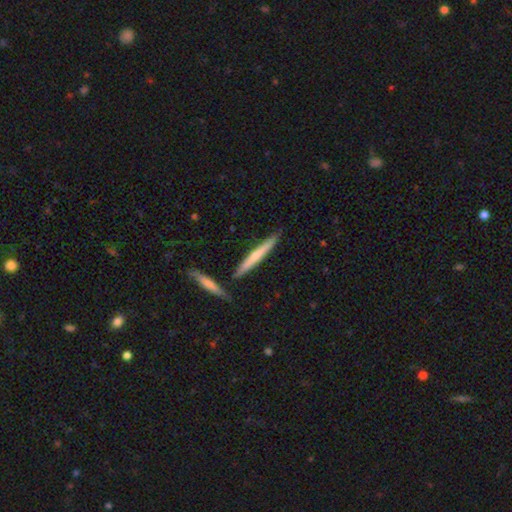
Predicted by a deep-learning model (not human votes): Smooth or featured?
  - smooth: 50% *
  - featured or disk: 45%
  - star or artifact: 5%
Merging?
  - none: 83% *
  - minor disturbance: 9%
  - merger: 6%
  - major disturbance: 2%